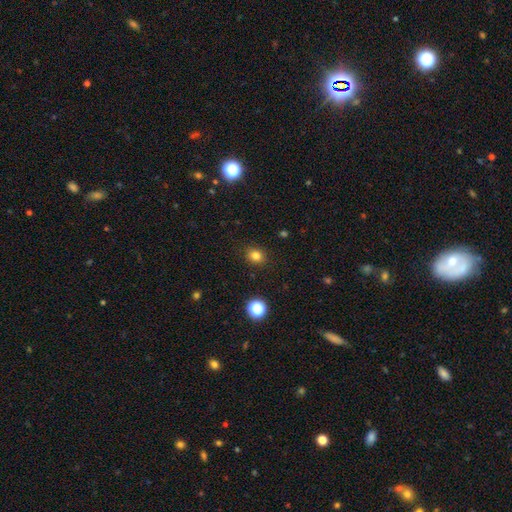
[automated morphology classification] This is clearly a smooth galaxy (80%). How rounded: likely round (67%). Merging: clearly none (89%).